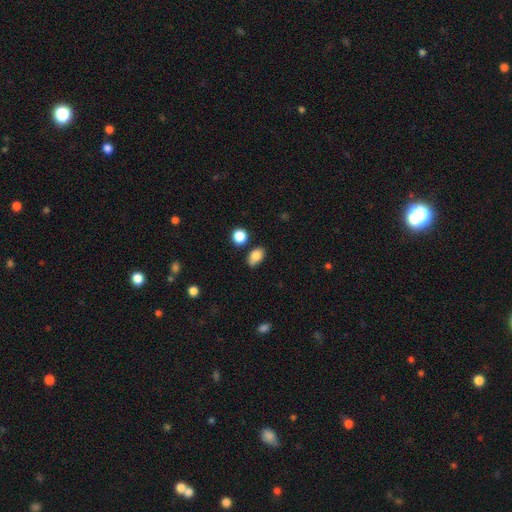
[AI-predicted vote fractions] Smooth or featured? Predicted: smooth (p=0.83). How rounded? Predicted: in between (p=0.83). Merging? Predicted: none (p=0.68).